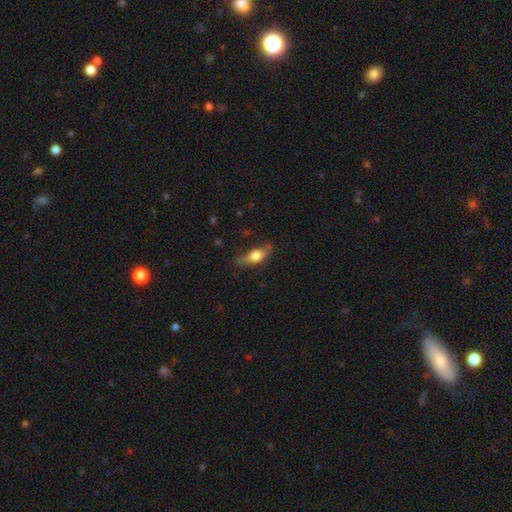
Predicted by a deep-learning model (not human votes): Smooth or featured? Predicted: smooth (p=0.60). How rounded? Predicted: in between (p=0.63). Merging? Predicted: none (p=0.71).